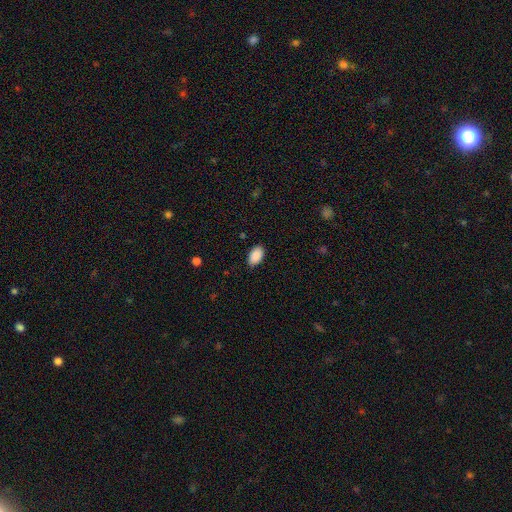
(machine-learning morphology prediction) Smooth or featured?
  - smooth: 90% *
  - star or artifact: 7%
  - featured or disk: 3%
How rounded?
  - in between: 93% *
  - round: 5%
  - cigar-shaped: 1%
Merging?
  - none: 86% *
  - minor disturbance: 11%
  - major disturbance: 2%
  - merger: 1%